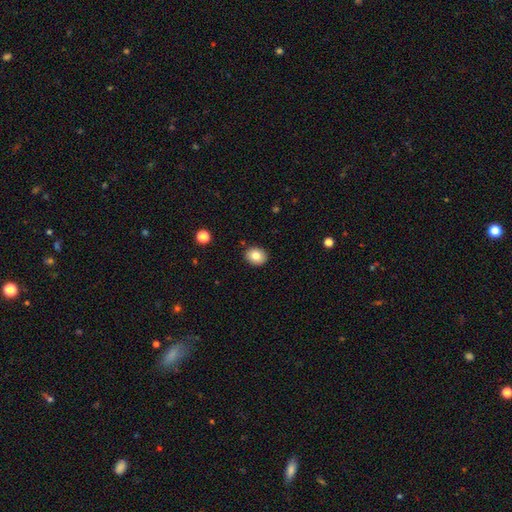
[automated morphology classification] smooth_or_featured: smooth (p=0.82) [alt: featured or disk p=0.10]
how_rounded: round (p=0.52) [alt: in between p=0.47]
merging: none (p=0.90) [alt: minor disturbance p=0.07]